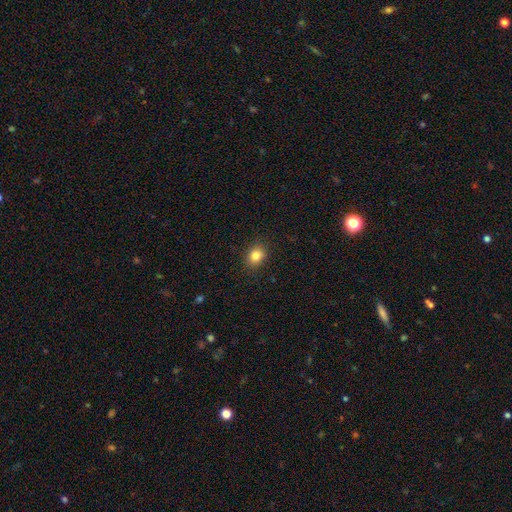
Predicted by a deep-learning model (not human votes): Smooth or featured? smooth (83%)
How rounded? in between (50%)
Merging? none (88%)